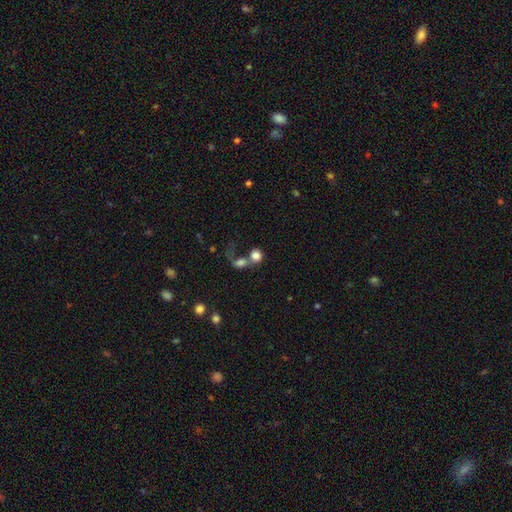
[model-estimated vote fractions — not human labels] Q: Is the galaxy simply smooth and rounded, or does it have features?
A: smooth — 77%.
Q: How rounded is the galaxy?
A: round — 76%.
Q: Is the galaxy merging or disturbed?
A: merger — 55%.